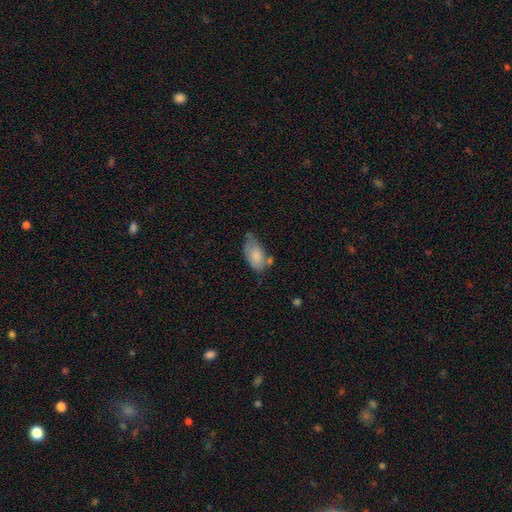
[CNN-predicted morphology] A smooth galaxy with no disk features (80%) that is in between round and cigar-shaped (93%).

Vote fractions:
- Smooth or featured? smooth: 80% / featured or disk: 14% / star or artifact: 7%
- How rounded? in between: 93% / round: 4% / cigar-shaped: 3%
- Merging? minor disturbance: 40% / none: 39% / major disturbance: 12% / merger: 9%